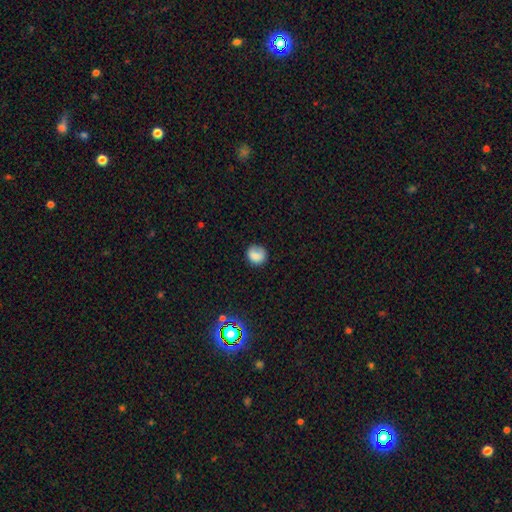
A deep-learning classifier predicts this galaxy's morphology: smooth-or-featured: smooth: 82% | star or artifact: 10% | featured or disk: 9%
  how-rounded: round: 81% | in between: 19% | cigar-shaped: 1%
  merging: none: 72% | minor disturbance: 20% | major disturbance: 7% | merger: 2%